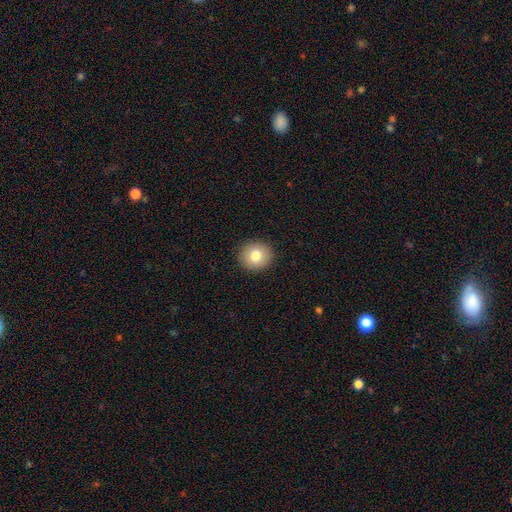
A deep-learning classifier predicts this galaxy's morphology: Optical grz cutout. It shows a smooth galaxy with no disk features (79%) that is round (87%). Merging: none (92%).